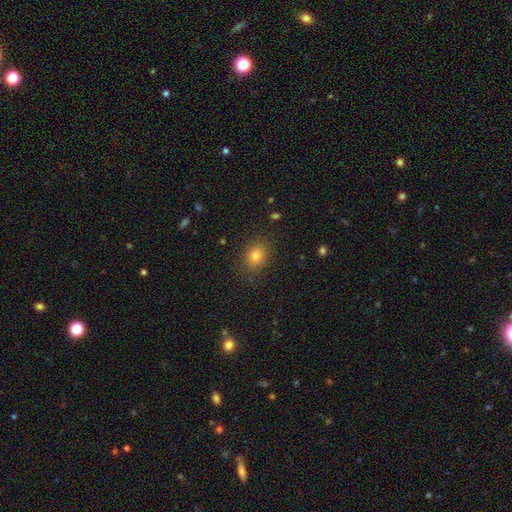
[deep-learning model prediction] Smooth or featured: smooth — 80% (star or artifact — 13%)
How rounded: in between — 53% (round — 46%)
Merging: none — 85% (minor disturbance — 10%)